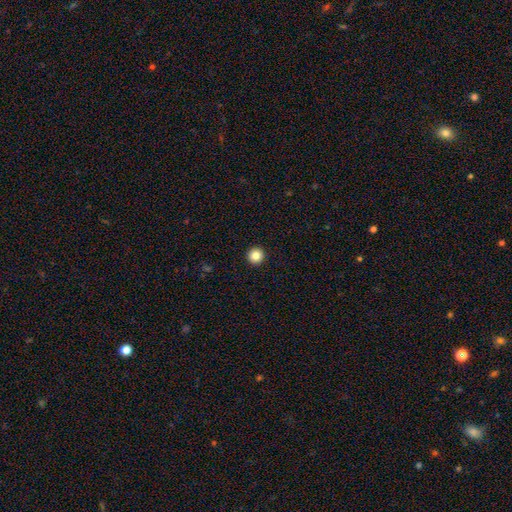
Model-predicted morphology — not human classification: Smooth or featured? smooth (85%)
How rounded? round (96%)
Merging? none (94%)